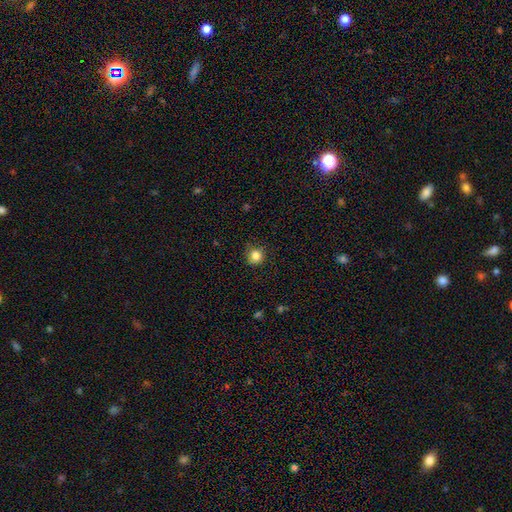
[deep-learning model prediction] Q: Smooth or featured?
A: smooth (84%); runner-up: star or artifact (11%)
Q: How rounded?
A: round (90%); runner-up: in between (10%)
Q: Merging?
A: none (81%); runner-up: minor disturbance (15%)